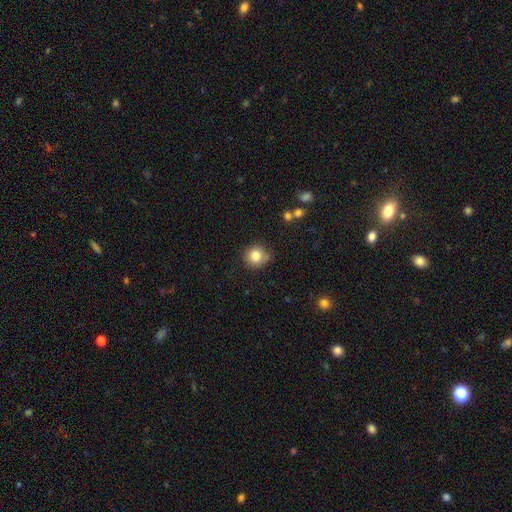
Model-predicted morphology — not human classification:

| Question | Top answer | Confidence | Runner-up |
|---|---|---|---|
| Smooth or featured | smooth | 82% | star or artifact (11%) |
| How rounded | round | 91% | in between (8%) |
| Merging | none | 76% | minor disturbance (14%) |